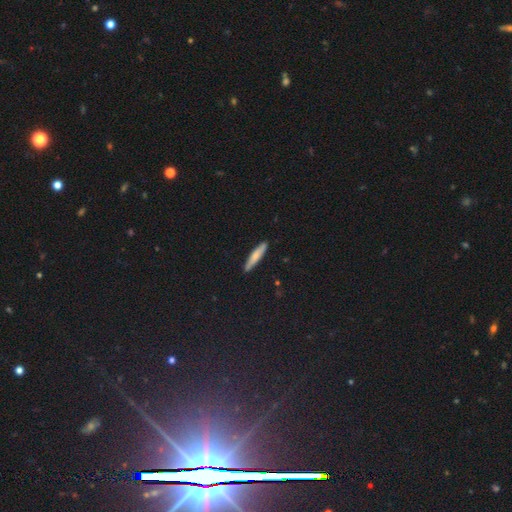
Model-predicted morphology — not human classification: smooth-or-featured: smooth: 70% | featured or disk: 24% | star or artifact: 6%
  how-rounded: cigar-shaped: 90% | in between: 9% | round: 1%
  merging: none: 90% | minor disturbance: 8% | major disturbance: 1% | merger: 1%